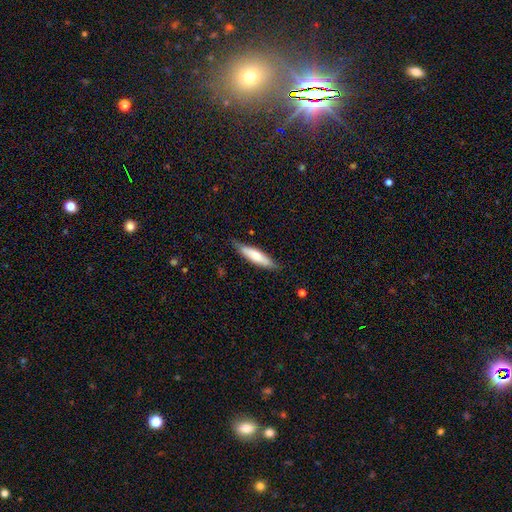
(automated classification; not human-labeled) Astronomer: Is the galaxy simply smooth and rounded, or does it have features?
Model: smooth — 64%.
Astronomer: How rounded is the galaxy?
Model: cigar-shaped — 72%.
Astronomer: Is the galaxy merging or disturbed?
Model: none — 79%.